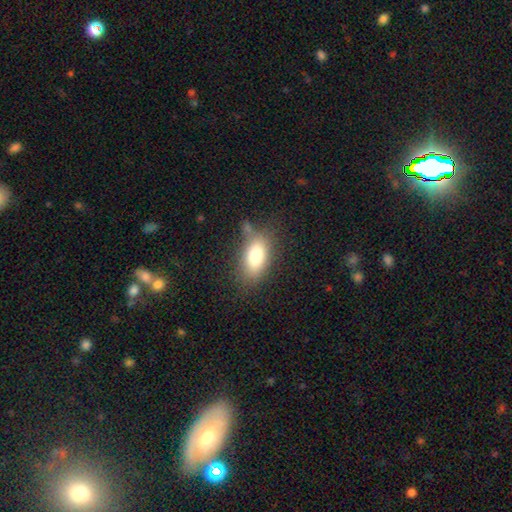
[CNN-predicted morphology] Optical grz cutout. It shows a smooth galaxy with no disk features (81%) that is in between round and cigar-shaped (89%). Merging: none (64%).